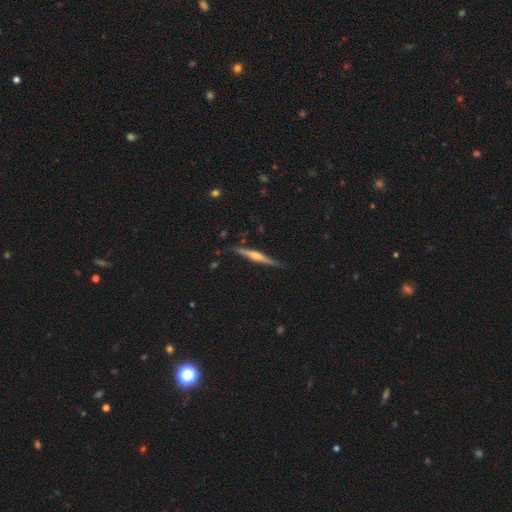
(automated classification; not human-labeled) A featured or disk galaxy (73%) viewed edge-on (98%) with a rounded central bulge (82%). Merging: none (88%).